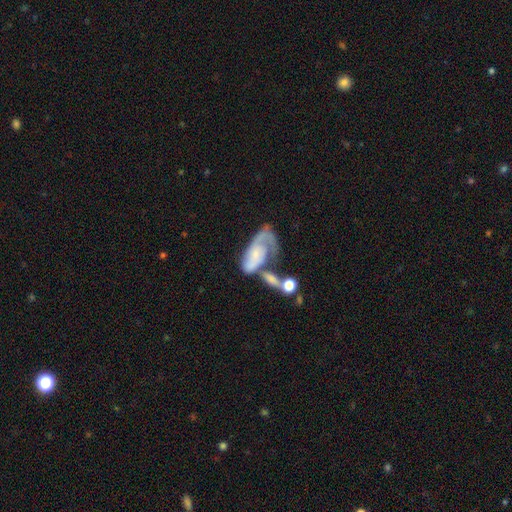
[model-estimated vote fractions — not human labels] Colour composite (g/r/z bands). It shows a featured or disk galaxy (70%) with no bar (68%), 2 (45%) medium (38%) spiral arms (86%) and a small central bulge (55%). Merging: merger (34%).